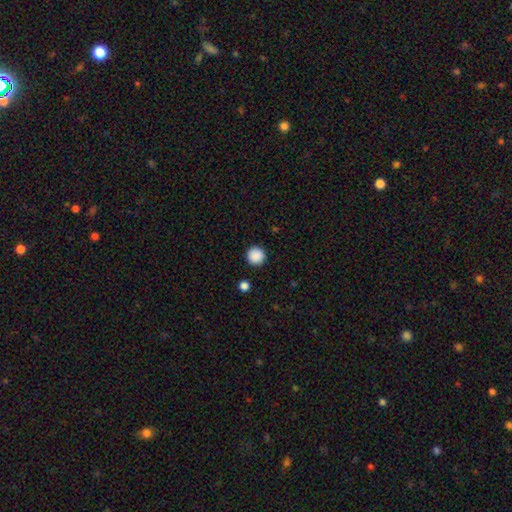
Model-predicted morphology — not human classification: This appears to be a smooth galaxy with no disk features (89%) that is round (96%). Merging: none (92%).